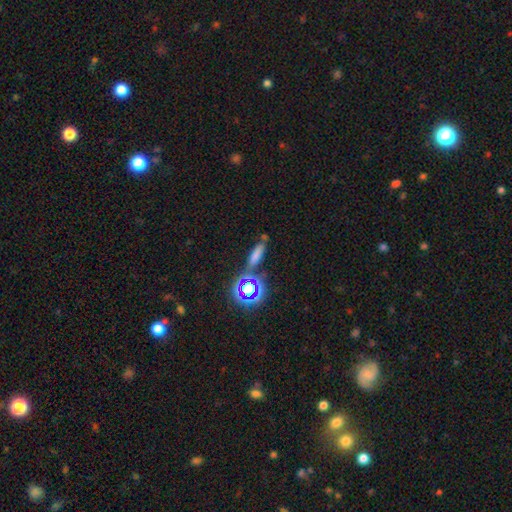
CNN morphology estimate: Smooth or featured? Predicted: smooth (p=0.62). How rounded? Predicted: cigar-shaped (p=0.57). Merging? Predicted: none (p=0.70).